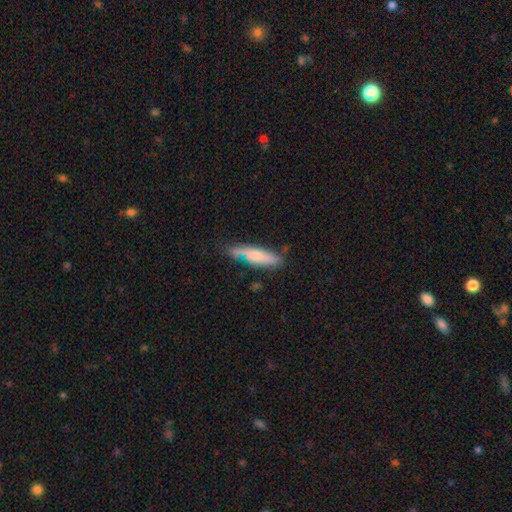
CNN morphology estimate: smooth 63%, featured or disk 31%, star or artifact 6%. Down the decision tree: how rounded — cigar-shaped (74%); merging — none (66%).